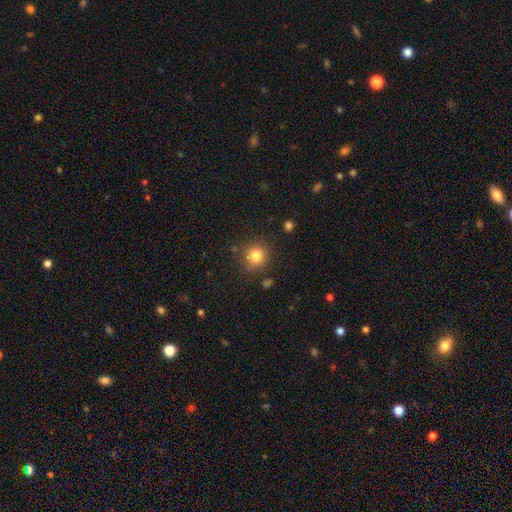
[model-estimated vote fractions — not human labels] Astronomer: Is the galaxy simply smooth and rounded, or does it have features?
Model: smooth — 81%.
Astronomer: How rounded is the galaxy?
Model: round — 91%.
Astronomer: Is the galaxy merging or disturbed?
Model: none — 85%.